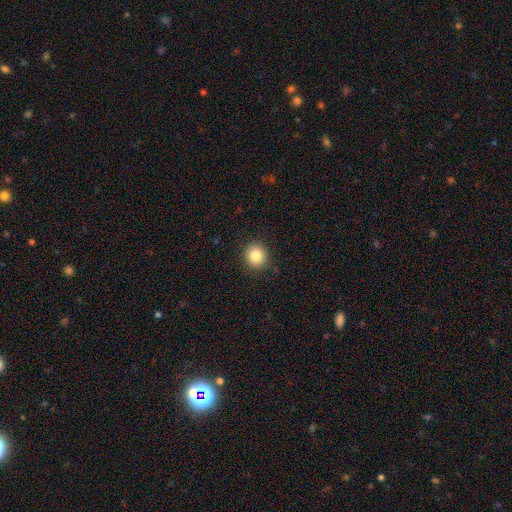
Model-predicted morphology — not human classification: smooth_or_featured: smooth (p=0.84) [alt: star or artifact p=0.10]
how_rounded: round (p=0.86) [alt: in between p=0.13]
merging: none (p=0.89) [alt: minor disturbance p=0.08]